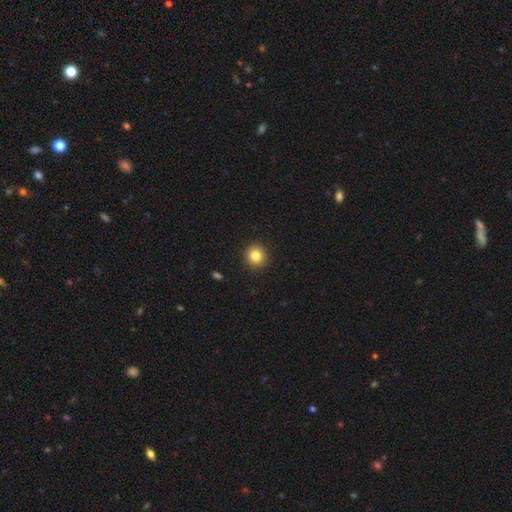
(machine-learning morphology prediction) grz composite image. It shows a smooth galaxy with no disk features (83%) that is round (93%). Merging: none (93%).